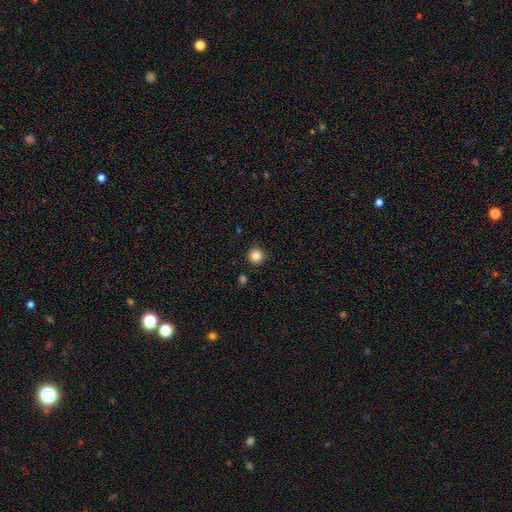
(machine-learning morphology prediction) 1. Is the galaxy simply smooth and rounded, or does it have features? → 84% smooth, 11% star or artifact, 5% featured or disk.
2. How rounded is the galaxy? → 95% round, 4% in between, 1% cigar-shaped.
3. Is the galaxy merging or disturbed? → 90% none, 7% minor disturbance, 2% merger, 2% major disturbance.